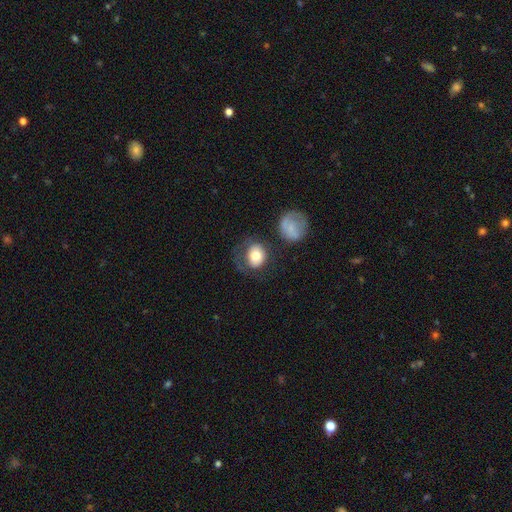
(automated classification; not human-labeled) Smooth or featured? Predicted: smooth (p=0.78). How rounded? Predicted: round (p=0.62). Merging? Predicted: none (p=0.46).